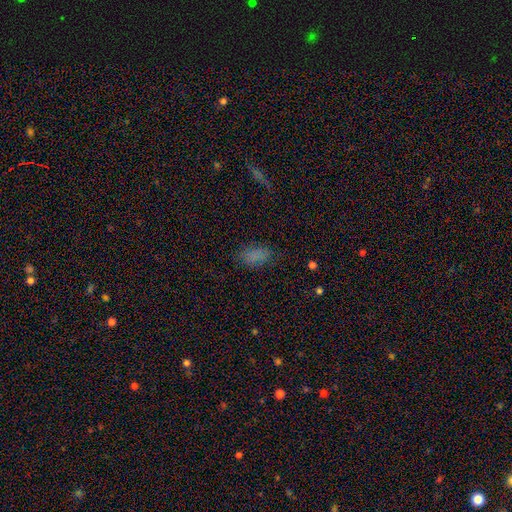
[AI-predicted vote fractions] A smooth galaxy with no disk features (77%) that is in between round and cigar-shaped (91%). Merging: none (76%).